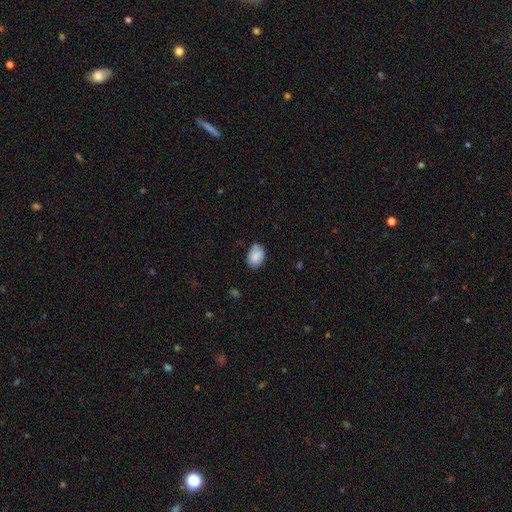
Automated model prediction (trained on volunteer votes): Smooth or featured?
  - smooth: 81% *
  - featured or disk: 12%
  - star or artifact: 7%
How rounded?
  - in between: 79% *
  - round: 20%
  - cigar-shaped: 1%
Merging?
  - none: 71% *
  - minor disturbance: 23%
  - major disturbance: 4%
  - merger: 2%